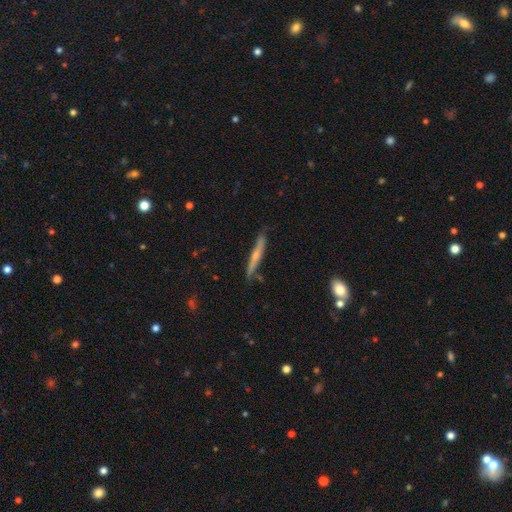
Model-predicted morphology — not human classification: A featured or disk galaxy (55%) viewed edge-on (95%) with a rounded central bulge (65%). Merging: none (80%).